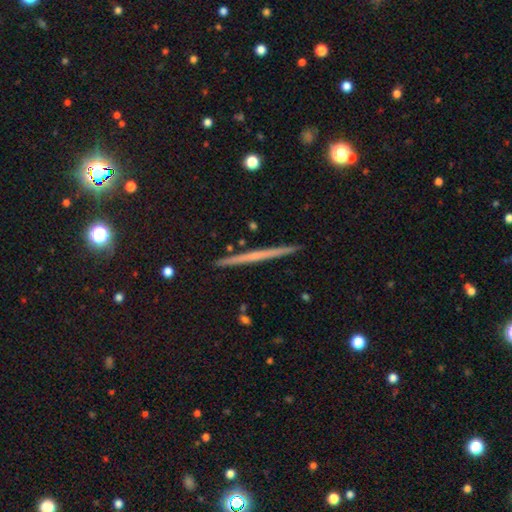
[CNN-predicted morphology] The model was most divided on "smooth or featured": featured or disk: 57%, smooth: 36%, star or artifact: 7%. More confident: edge-on disk — yes (98%); merging — none (93%); edge-on bulge — none (85%).